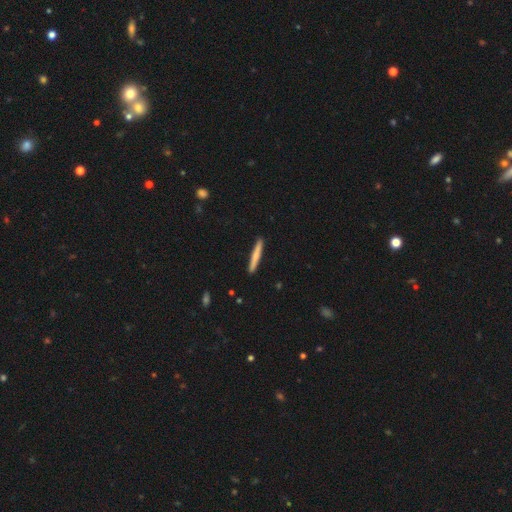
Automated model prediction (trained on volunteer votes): smooth-or-featured: smooth: 70% | featured or disk: 24% | star or artifact: 5%
  how-rounded: cigar-shaped: 96% | in between: 3% | round: 1%
  merging: none: 92% | minor disturbance: 6% | major disturbance: 1% | merger: 1%